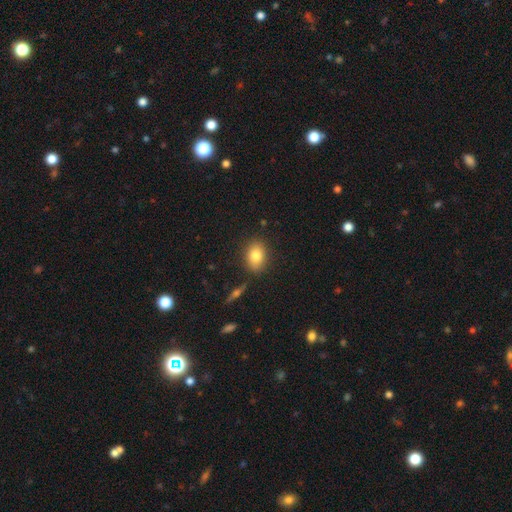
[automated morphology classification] A smooth galaxy with no disk features (81%) that is in between round and cigar-shaped (72%).

Vote fractions:
- Smooth or featured? smooth: 81% / featured or disk: 11% / star or artifact: 9%
- How rounded? in between: 72% / round: 26% / cigar-shaped: 2%
- Merging? none: 83% / minor disturbance: 11% / merger: 3% / major disturbance: 3%